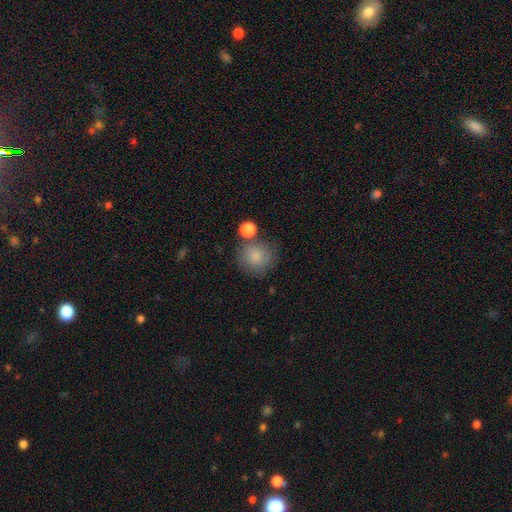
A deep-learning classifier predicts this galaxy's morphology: Smooth or featured? smooth (82%)
How rounded? round (88%)
Merging? none (65%)